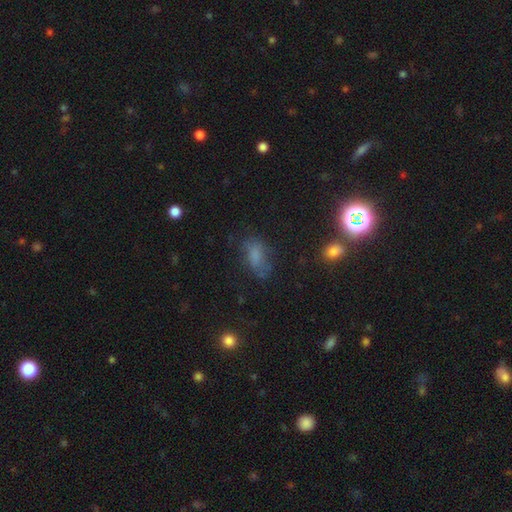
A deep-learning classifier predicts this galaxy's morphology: smooth_or_featured: smooth (p=0.64) [alt: star or artifact p=0.19]
how_rounded: in between (p=0.84) [alt: round p=0.08]
merging: none (p=0.56) [alt: minor disturbance p=0.25]